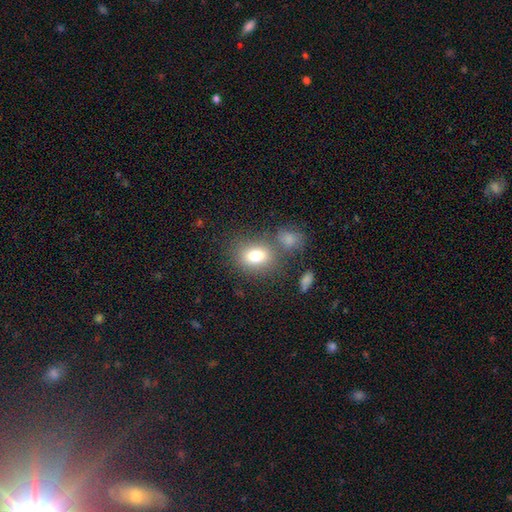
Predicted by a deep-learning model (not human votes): Smooth or featured: smooth — 77% (featured or disk — 12%)
How rounded: in between — 58% (round — 41%)
Merging: none — 64% (merger — 18%)